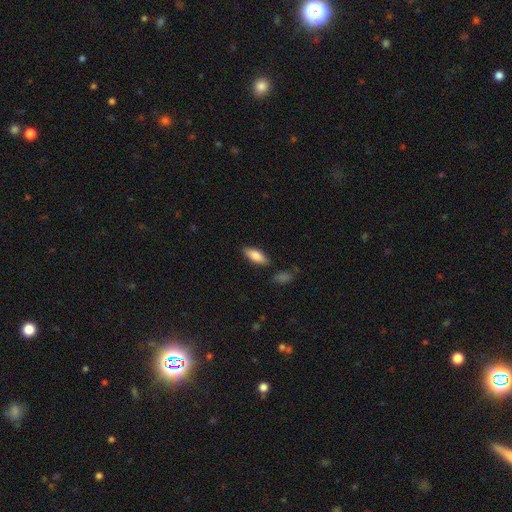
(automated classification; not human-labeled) The model was most divided on "how rounded": in between: 76%, cigar-shaped: 22%, round: 2%. More confident: smooth or featured — smooth (84%); merging — none (82%).